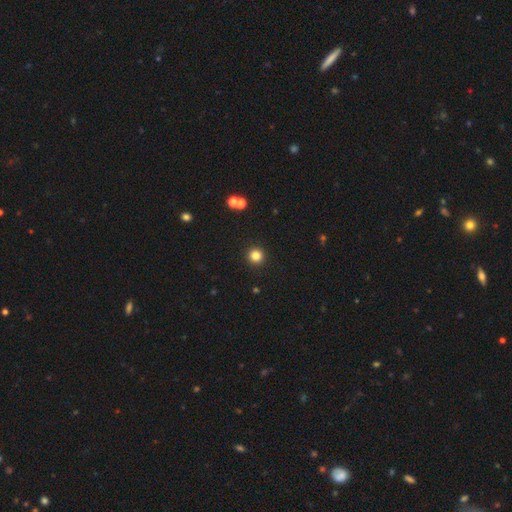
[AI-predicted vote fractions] smooth_or_featured: smooth (p=0.82) [alt: star or artifact p=0.13]
how_rounded: round (p=0.96) [alt: in between p=0.03]
merging: none (p=0.93) [alt: minor disturbance p=0.04]